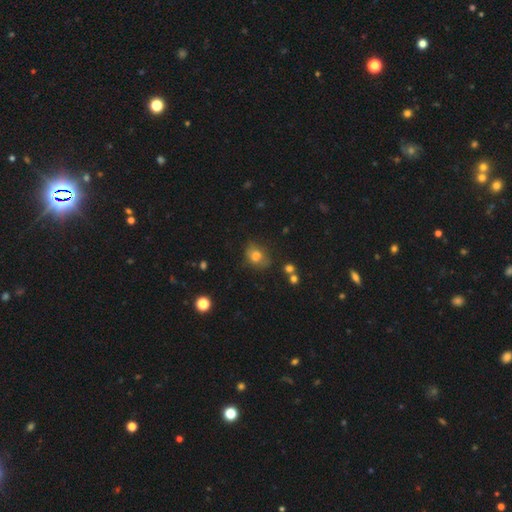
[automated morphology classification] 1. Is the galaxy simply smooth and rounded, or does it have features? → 74% smooth, 13% featured or disk, 13% star or artifact.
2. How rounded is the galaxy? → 51% in between, 48% round, 1% cigar-shaped.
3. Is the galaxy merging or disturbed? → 60% none, 25% minor disturbance, 10% major disturbance, 5% merger.